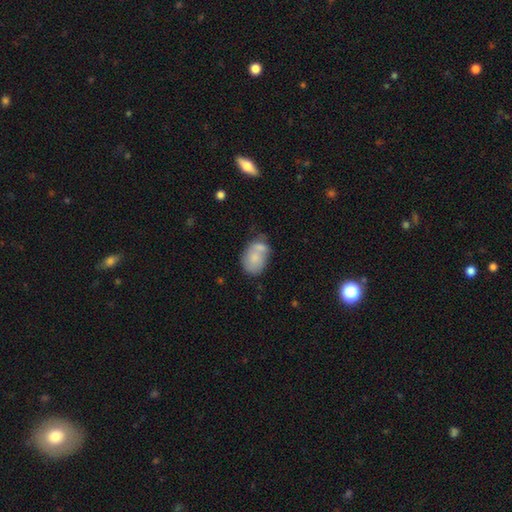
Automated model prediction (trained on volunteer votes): smooth-or-featured: smooth: 71% | featured or disk: 21% | star or artifact: 9%
  how-rounded: in between: 75% | round: 23% | cigar-shaped: 1%
  merging: merger: 40% | none: 34% | minor disturbance: 19% | major disturbance: 7%